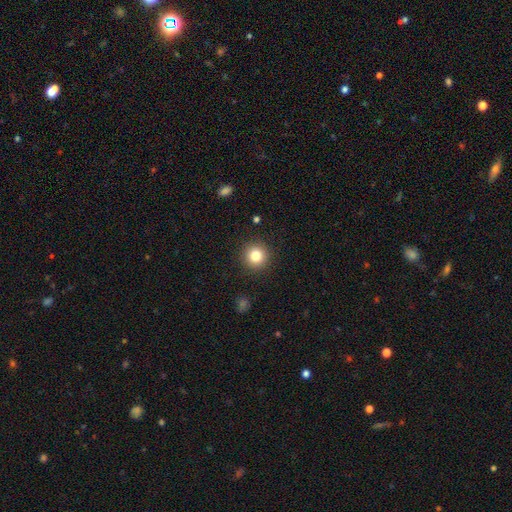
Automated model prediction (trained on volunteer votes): Morphology: type=smooth (82%); roundness=round (95%); merging=none (91%).